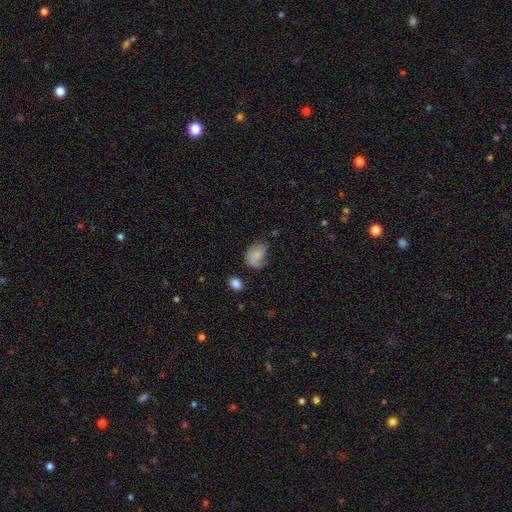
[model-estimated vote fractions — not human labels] This appears to be a smooth galaxy with no disk features (64%) that is in between round and cigar-shaped (71%). Merging: none (36%).